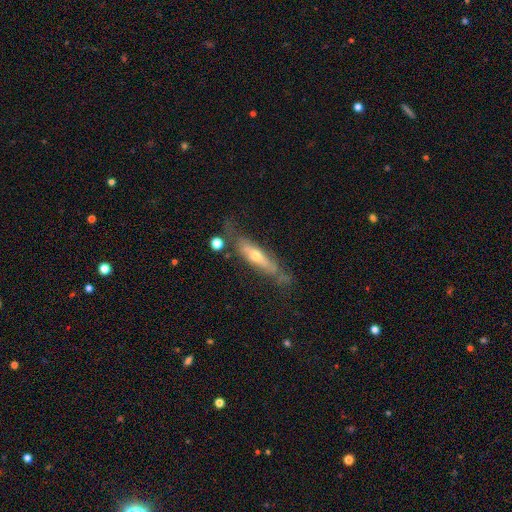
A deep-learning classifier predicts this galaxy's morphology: smooth_or_featured: featured or disk (p=0.61) [alt: smooth p=0.32]
disk_edge_on: yes (p=0.62) [alt: no p=0.38]
merging: none (p=0.51) [alt: minor disturbance p=0.27]